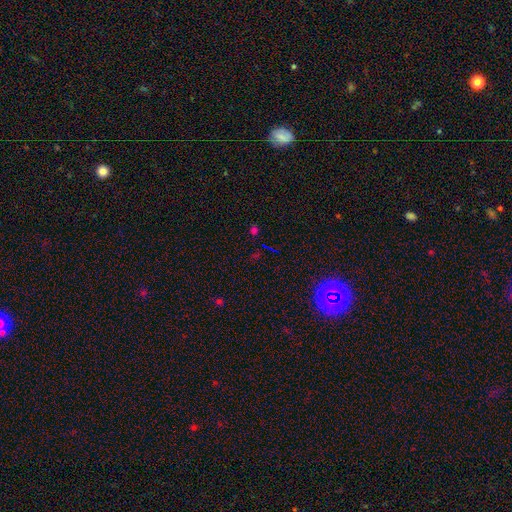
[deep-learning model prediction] Smooth or featured? Predicted: star or artifact (p=0.68).